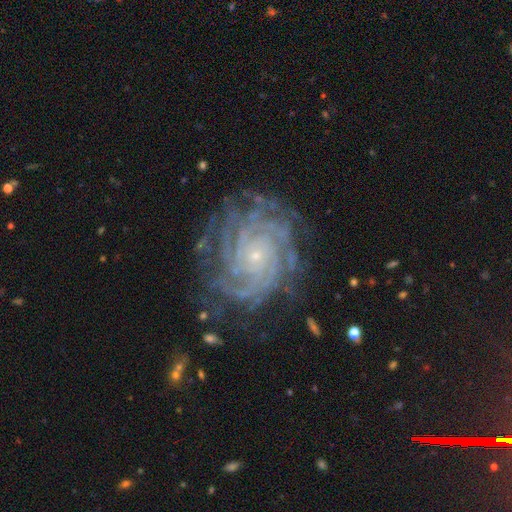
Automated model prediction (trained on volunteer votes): Overall: featured or disk (90%). Edge-on disk: no (98%). Bar: no (80%). Spiral arms: yes (98%). Spiral arm count: more than 4 (29%; 4 23%). Spiral winding: tight (83%). Bulge size: small (88%). Merging: none (75%).